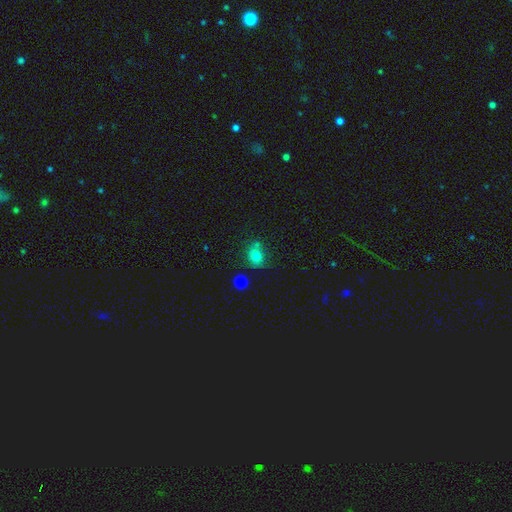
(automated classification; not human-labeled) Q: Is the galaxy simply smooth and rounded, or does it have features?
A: smooth — 78%.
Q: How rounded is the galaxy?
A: round — 61%.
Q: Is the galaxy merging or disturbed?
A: none — 62%.